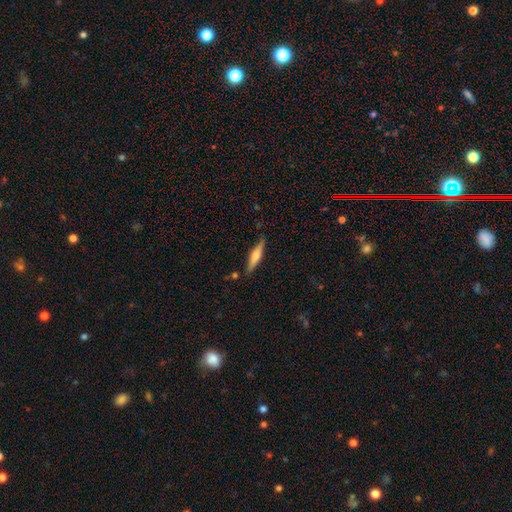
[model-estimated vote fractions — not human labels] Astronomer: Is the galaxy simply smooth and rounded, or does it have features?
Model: smooth — 49% (runner-up: featured or disk, 45%).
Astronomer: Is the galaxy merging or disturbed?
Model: none — 84%.